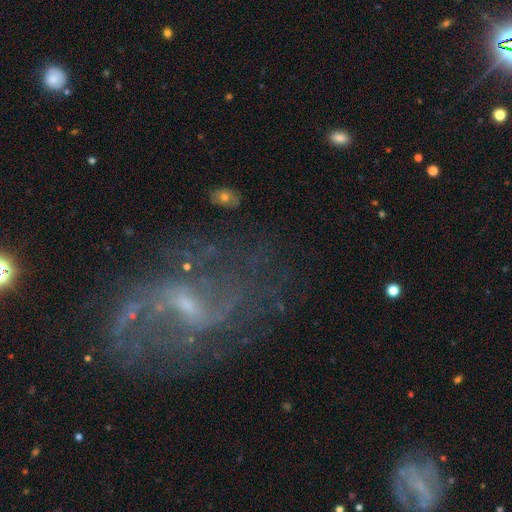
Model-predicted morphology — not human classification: This is clearly a featured or disk galaxy (81%). It is clearly not viewed edge-on (96%). Bar: possibly weak (57%). Spiral arm pattern: clearly yes (87%). Spiral arm count: likely 2 (69%). Spiral winding: likely loose (64%). Central bulge: likely small (67%). Merging: likely none (61%).